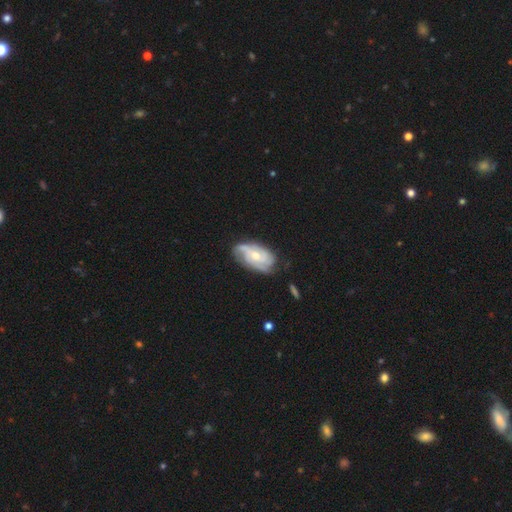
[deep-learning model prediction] A featured or disk galaxy (80%) with no bar (61%), 3 (34%) tight (46%) spiral arms (94%) and a moderate central bulge (55%). Merging: none (66%).